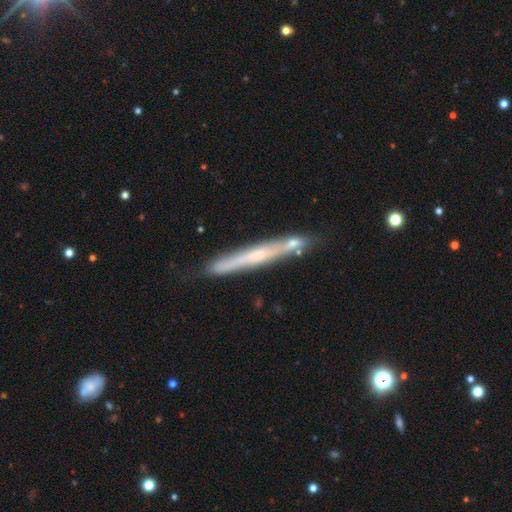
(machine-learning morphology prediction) A featured or disk galaxy (62%) viewed edge-on (93%) with no central bulge (58%).

Vote fractions:
- Smooth or featured? featured or disk: 62% / smooth: 32% / star or artifact: 7%
- Edge-on disk? yes: 93% / no: 7%
- Edge-on bulge? none: 58% / rounded: 35% / boxy: 7%
- Merging? none: 76% / minor disturbance: 14% / merger: 7% / major disturbance: 3%